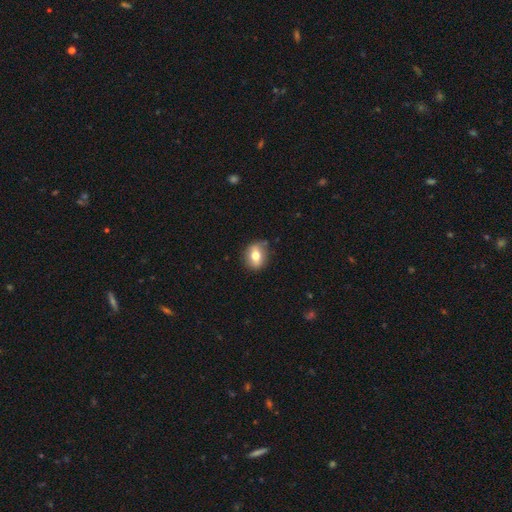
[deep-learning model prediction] A smooth galaxy with no disk features (65%) that is round (53%). Merging: none (79%).